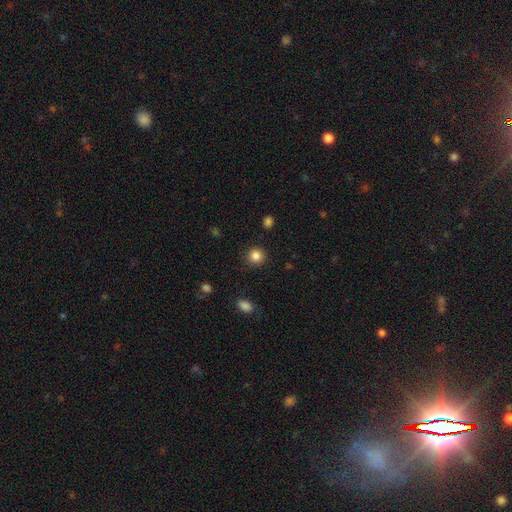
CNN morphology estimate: Smooth or featured? smooth (85%)
How rounded? round (92%)
Merging? none (91%)